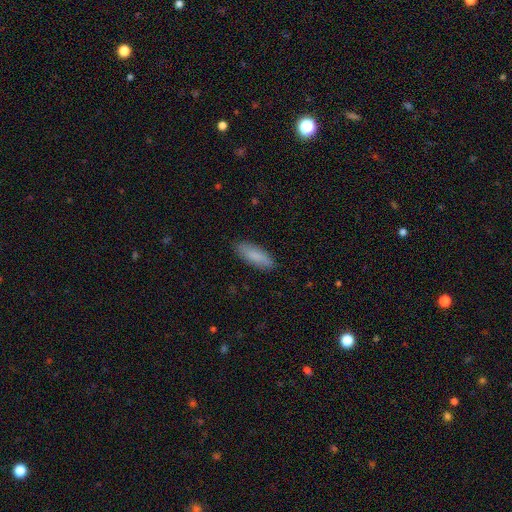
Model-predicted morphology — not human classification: Smooth or featured: smooth — 85% (featured or disk — 9%)
How rounded: in between — 56% (cigar-shaped — 42%)
Merging: none — 86% (minor disturbance — 11%)